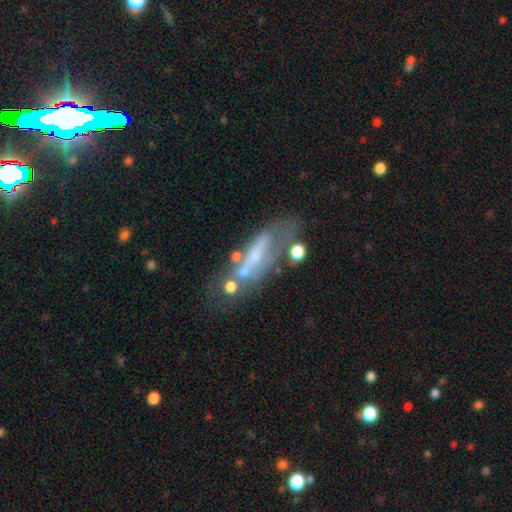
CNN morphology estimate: The model was most divided on "merging": none: 35%, major disturbance: 24%, minor disturbance: 21%, merger: 19%. More confident: edge-on disk — no (68%); smooth or featured — featured or disk (55%).